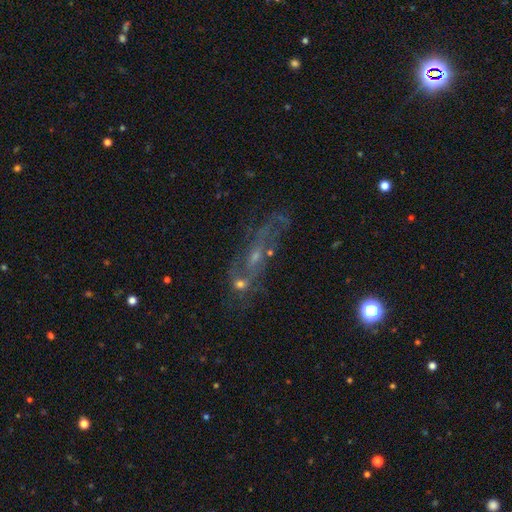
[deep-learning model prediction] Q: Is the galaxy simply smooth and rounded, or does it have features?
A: featured or disk — 65%.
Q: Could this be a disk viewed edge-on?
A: no — 79%.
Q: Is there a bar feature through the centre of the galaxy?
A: no — 59%.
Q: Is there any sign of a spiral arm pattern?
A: yes — 60%.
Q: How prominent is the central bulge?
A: small — 56%.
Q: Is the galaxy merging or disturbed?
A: none — 47%.